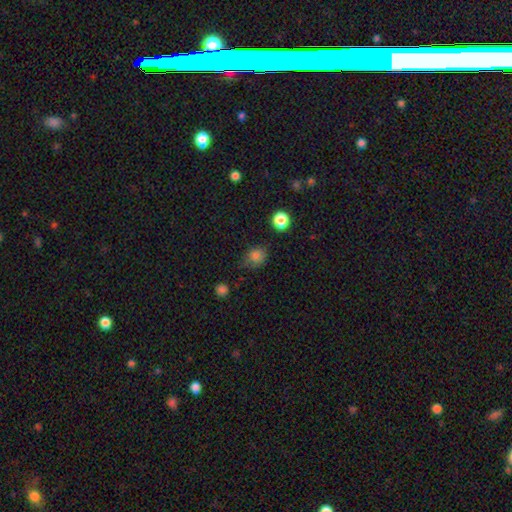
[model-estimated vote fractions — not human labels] Smooth or featured: smooth — 79% (star or artifact — 15%)
How rounded: round — 65% (in between — 34%)
Merging: none — 60% (minor disturbance — 29%)